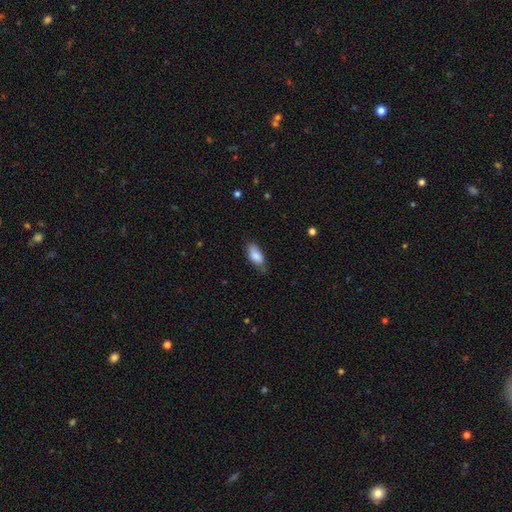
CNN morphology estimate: type=smooth (85%); roundness=in between (86%); merging=none (67%).